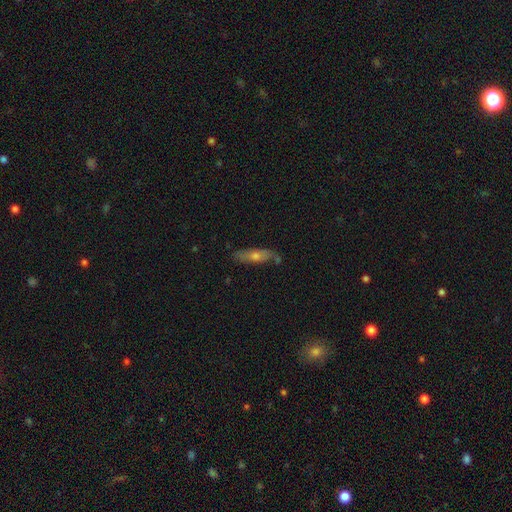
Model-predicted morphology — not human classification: Smooth or featured? smooth (47%)
Merging? none (76%)